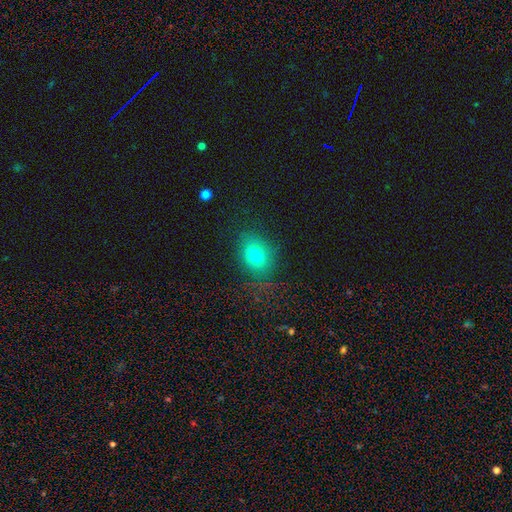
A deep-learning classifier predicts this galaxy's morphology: The model was most divided on "how rounded": in between: 54%, round: 45%, cigar-shaped: 1%. More confident: merging — none (75%); smooth or featured — smooth (72%).